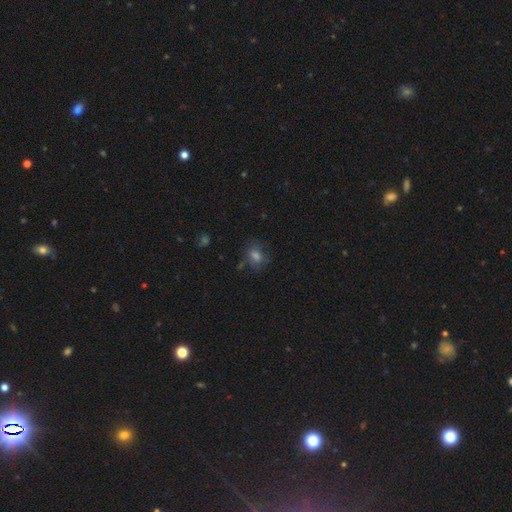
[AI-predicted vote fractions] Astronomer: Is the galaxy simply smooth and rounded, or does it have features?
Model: smooth — 66%.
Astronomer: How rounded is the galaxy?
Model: in between — 50% (runner-up: round, 48%).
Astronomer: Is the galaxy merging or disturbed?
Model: none — 72%.